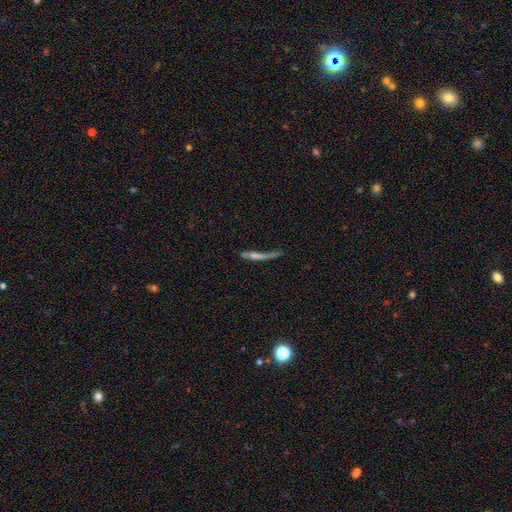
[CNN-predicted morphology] Smooth or featured? smooth (44%)
Merging? none (39%)